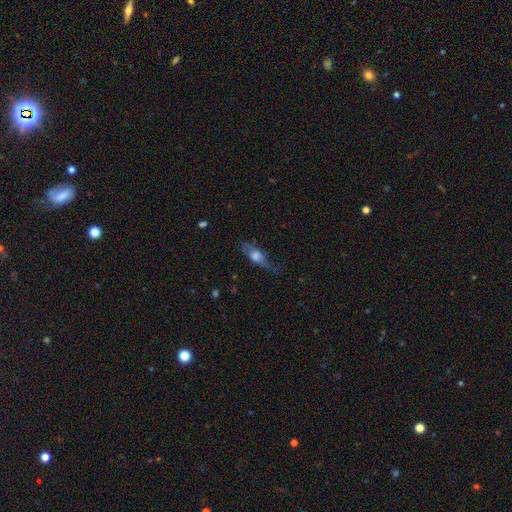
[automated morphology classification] Q: Smooth or featured?
A: featured or disk (47%); runner-up: smooth (44%)
Q: Merging?
A: none (51%); runner-up: minor disturbance (29%)